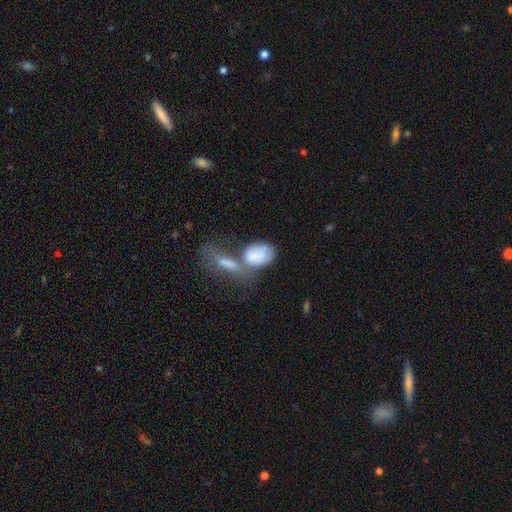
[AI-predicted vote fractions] This appears to be a smooth galaxy with no disk features (69%) that is in between round and cigar-shaped (85%). Merging: merger (57%).